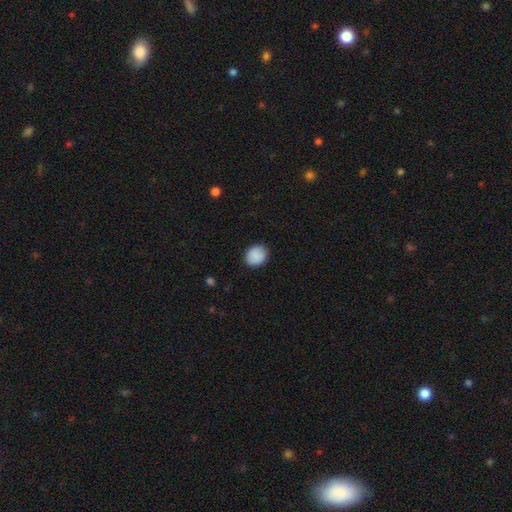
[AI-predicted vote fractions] Smooth or featured?
  - smooth: 90% *
  - star or artifact: 7%
  - featured or disk: 3%
How rounded?
  - round: 63% *
  - in between: 36%
  - cigar-shaped: 1%
Merging?
  - none: 88% *
  - minor disturbance: 9%
  - major disturbance: 2%
  - merger: 1%